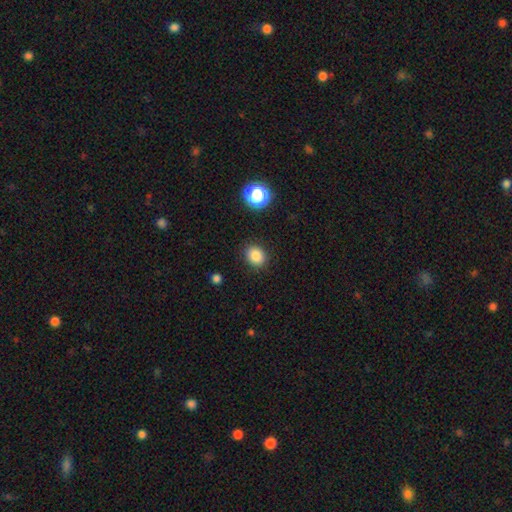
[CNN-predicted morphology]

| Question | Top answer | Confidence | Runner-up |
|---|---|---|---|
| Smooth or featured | smooth | 84% | star or artifact (11%) |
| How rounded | round | 59% | in between (40%) |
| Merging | none | 88% | minor disturbance (8%) |